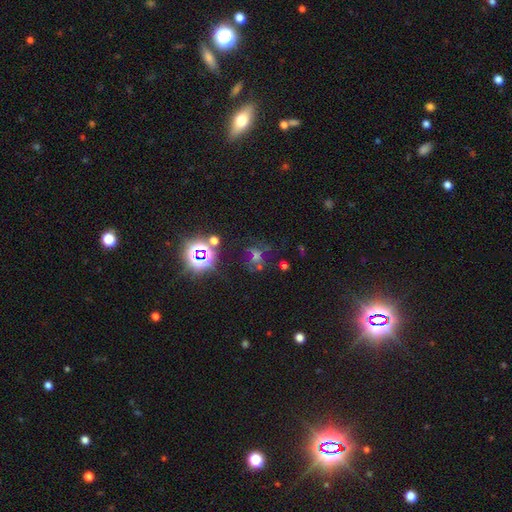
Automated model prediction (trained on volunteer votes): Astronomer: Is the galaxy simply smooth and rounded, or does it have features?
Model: star or artifact — 56%.